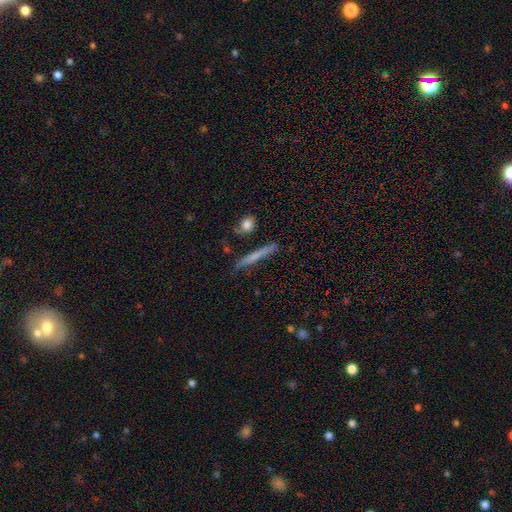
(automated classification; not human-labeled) Morphology: type=smooth (55%); roundness=cigar-shaped (94%); merging=none (79%).